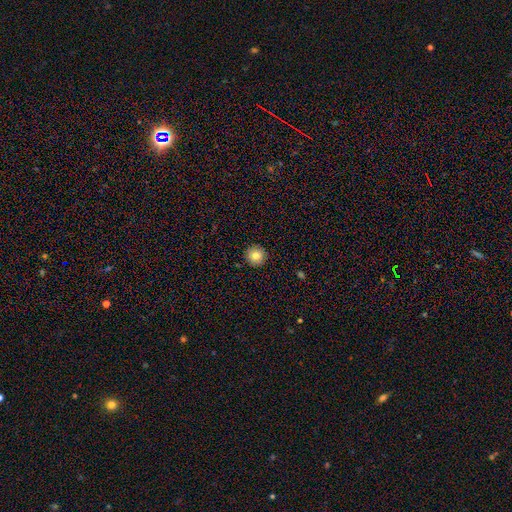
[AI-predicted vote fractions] A smooth galaxy with no disk features (80%) that is round (96%).

Vote fractions:
- Smooth or featured? smooth: 80% / star or artifact: 10% / featured or disk: 10%
- How rounded? round: 96% / in between: 3% / cigar-shaped: 1%
- Merging? none: 92% / minor disturbance: 5% / major disturbance: 2% / merger: 1%